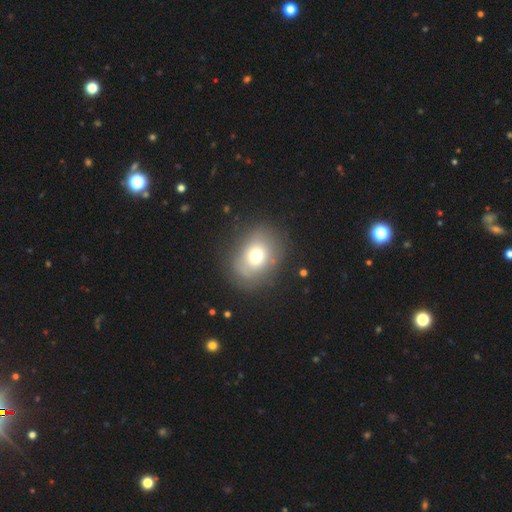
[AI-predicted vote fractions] A smooth galaxy with no disk features (68%) that is in between round and cigar-shaped (54%).

Vote fractions:
- Smooth or featured? smooth: 68% / featured or disk: 20% / star or artifact: 12%
- How rounded? in between: 54% / round: 45% / cigar-shaped: 1%
- Merging? none: 76% / minor disturbance: 15% / major disturbance: 7% / merger: 2%